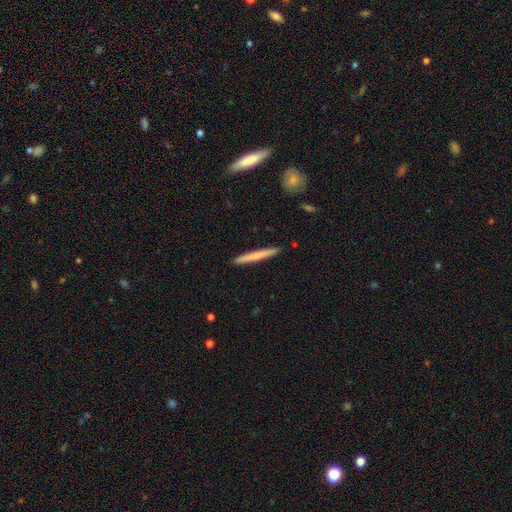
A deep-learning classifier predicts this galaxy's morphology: Smooth or featured? Predicted: smooth (p=0.65). How rounded? Predicted: cigar-shaped (p=0.97). Merging? Predicted: none (p=0.92).